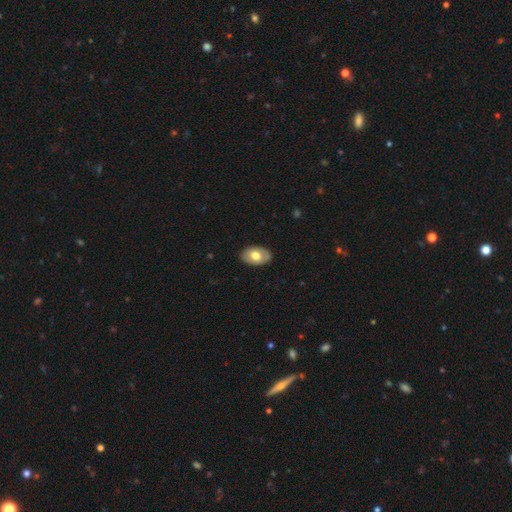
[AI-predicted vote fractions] This is likely a smooth galaxy (65%). How rounded: clearly in between (89%). Merging: clearly none (85%).